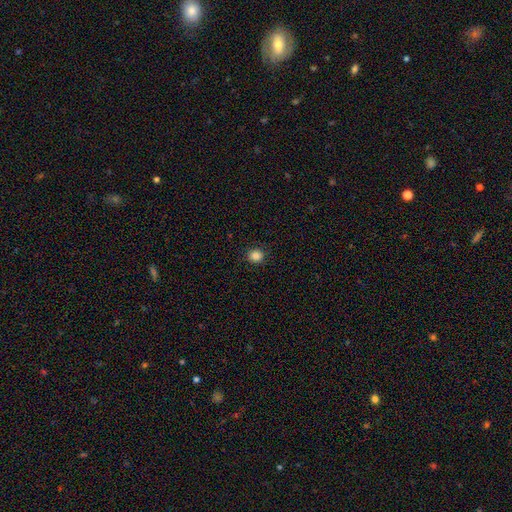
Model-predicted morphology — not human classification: Smooth or featured? Predicted: smooth (p=0.85). How rounded? Predicted: round (p=0.85). Merging? Predicted: none (p=0.91).